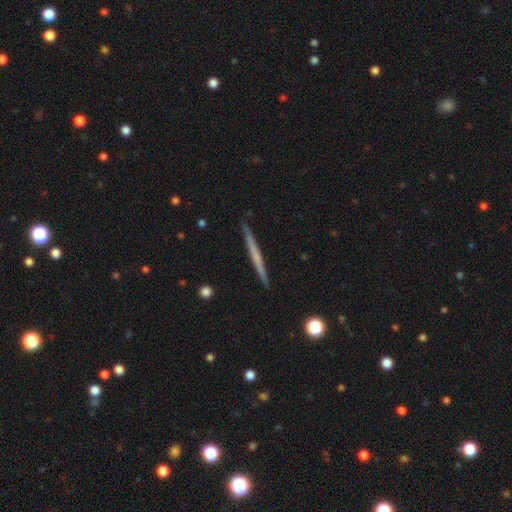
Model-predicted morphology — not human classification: type=featured or disk (51%); edge-on=yes (98%); merging=none (91%).